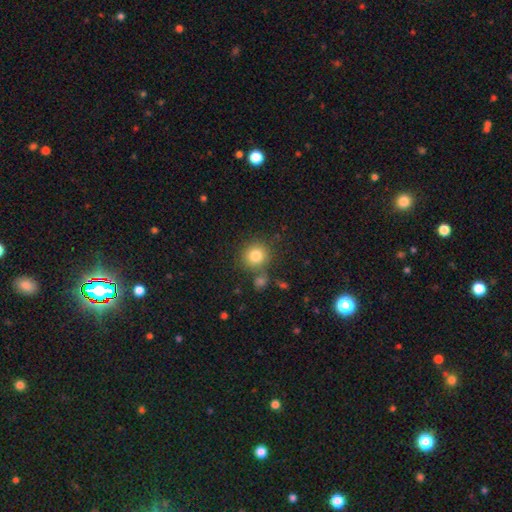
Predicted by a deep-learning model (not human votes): Smooth or featured? Predicted: smooth (p=0.81). How rounded? Predicted: round (p=0.86). Merging? Predicted: none (p=0.74).